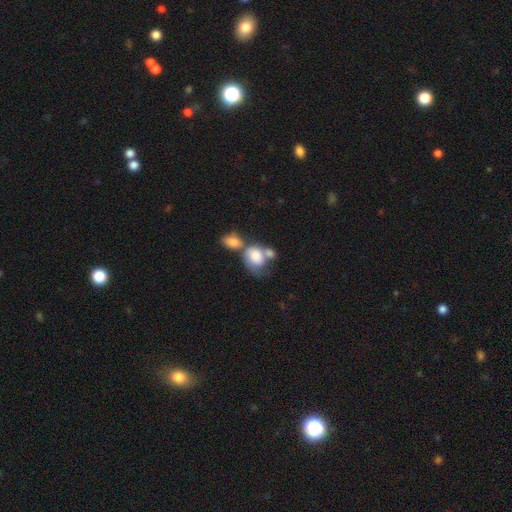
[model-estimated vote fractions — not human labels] A smooth galaxy with no disk features (74%) that is in between round and cigar-shaped (70%). Merging: merger (62%).